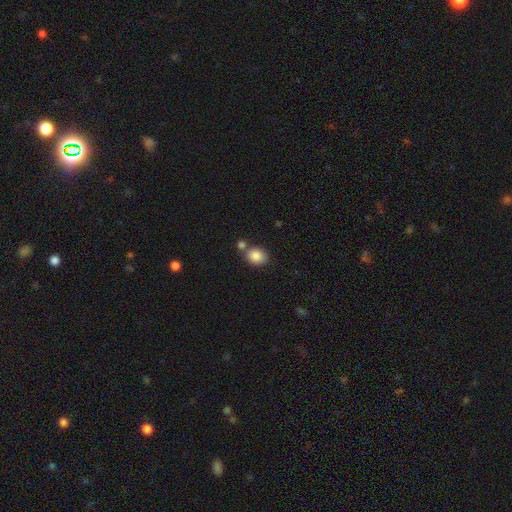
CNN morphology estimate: A smooth galaxy with no disk features (85%) that is round (53%). Merging: none (63%).